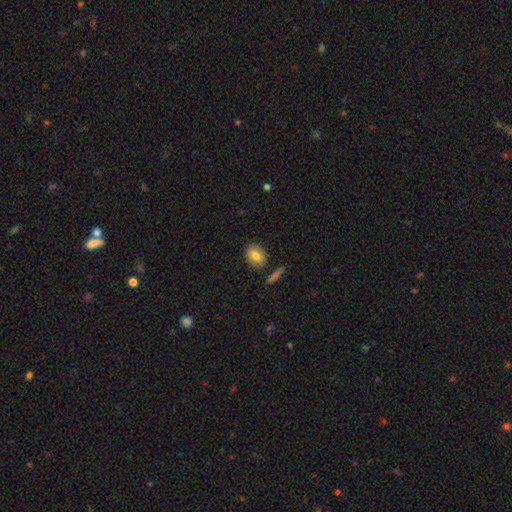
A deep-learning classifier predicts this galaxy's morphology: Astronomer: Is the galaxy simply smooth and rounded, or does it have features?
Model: smooth — 78%.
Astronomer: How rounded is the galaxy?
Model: in between — 65%.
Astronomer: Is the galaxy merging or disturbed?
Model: none — 83%.